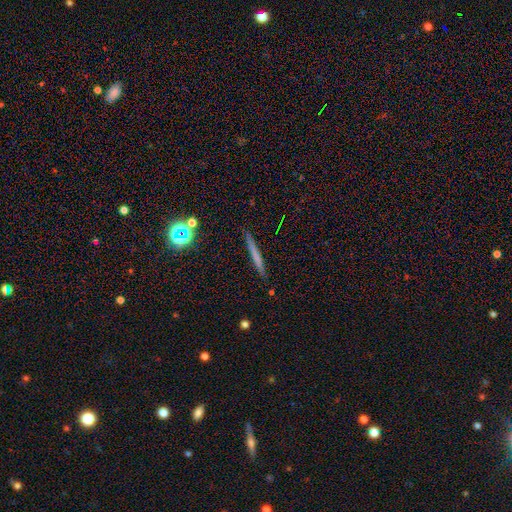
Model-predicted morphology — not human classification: The model was most divided on "smooth or featured": smooth: 53%, featured or disk: 37%, star or artifact: 10%. More confident: how rounded — cigar-shaped (95%); merging — none (90%).